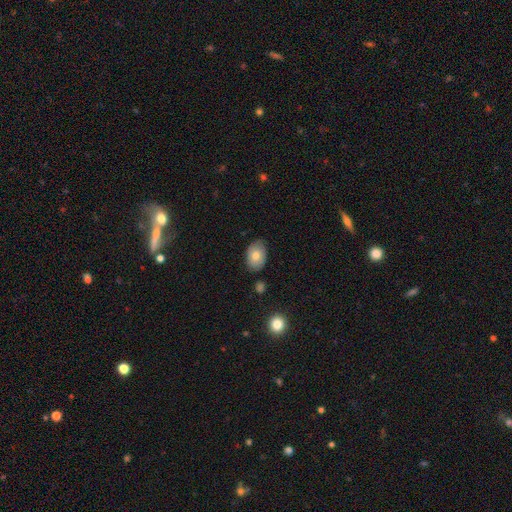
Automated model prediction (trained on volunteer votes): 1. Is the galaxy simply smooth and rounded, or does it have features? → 76% smooth, 16% featured or disk, 8% star or artifact.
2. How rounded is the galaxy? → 85% in between, 14% round, 1% cigar-shaped.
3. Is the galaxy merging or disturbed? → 79% none, 16% minor disturbance, 3% major disturbance, 2% merger.